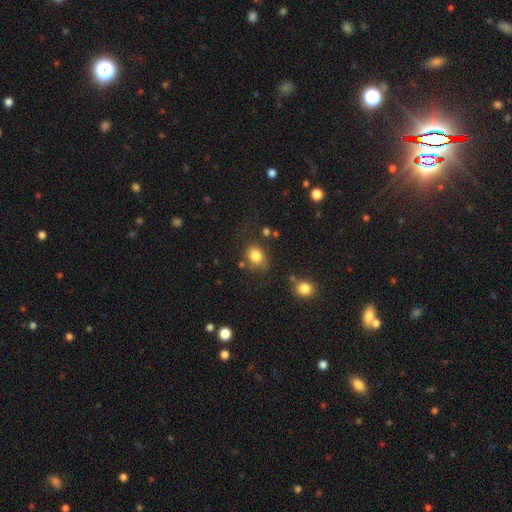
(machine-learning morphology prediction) Smooth or featured: smooth — 81% (star or artifact — 10%)
How rounded: round — 52% (in between — 47%)
Merging: none — 65% (minor disturbance — 21%)